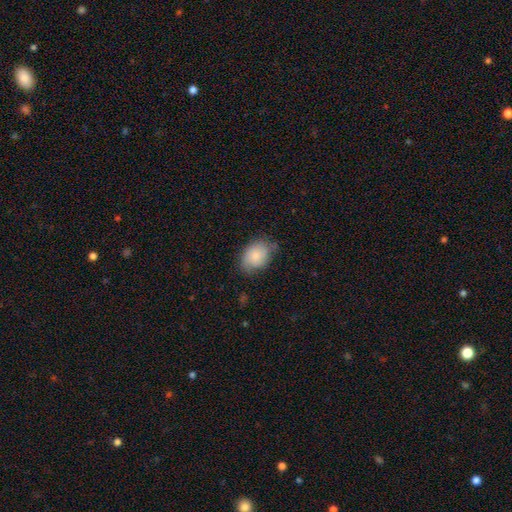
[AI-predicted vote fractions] The model was most divided on "merging": none: 62%, minor disturbance: 30%, major disturbance: 7%, merger: 2%. More confident: smooth or featured — smooth (81%); how rounded — in between (71%).